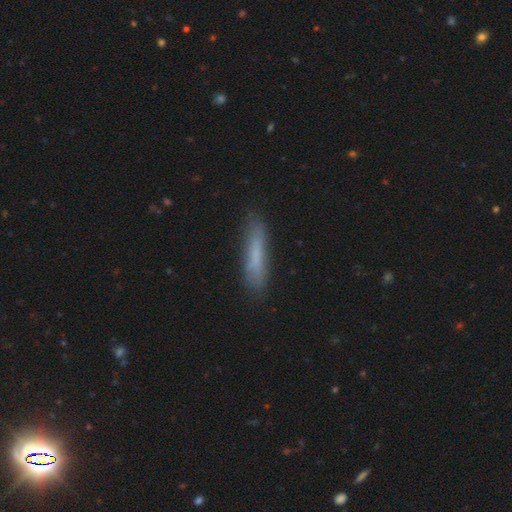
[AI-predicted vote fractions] Smooth or featured? smooth (68%)
How rounded? cigar-shaped (87%)
Merging? none (80%)